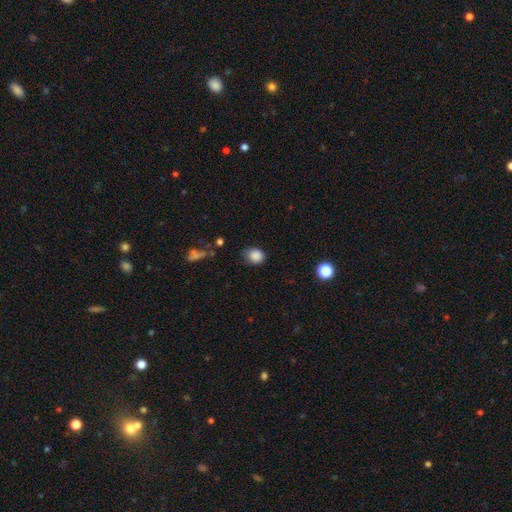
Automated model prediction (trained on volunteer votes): A smooth galaxy with no disk features (86%) that is round (66%). Merging: none (69%).